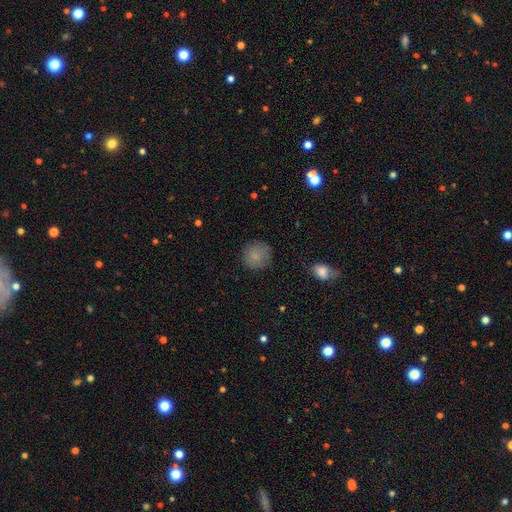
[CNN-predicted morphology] smooth 84%, star or artifact 9%, featured or disk 7%. Down the decision tree: how rounded — round (91%); merging — none (82%).